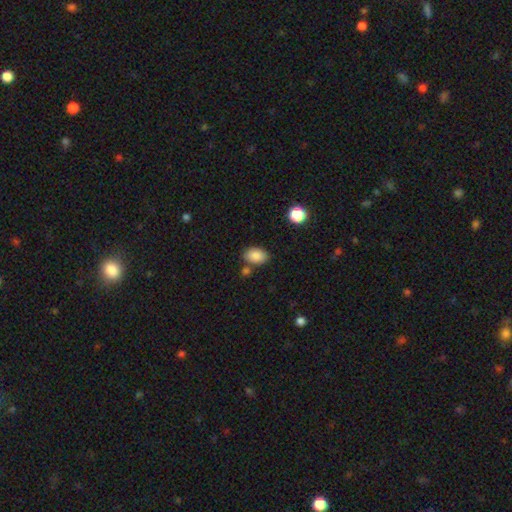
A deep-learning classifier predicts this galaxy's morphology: type=smooth (87%); roundness=in between (87%); merging=none (76%).